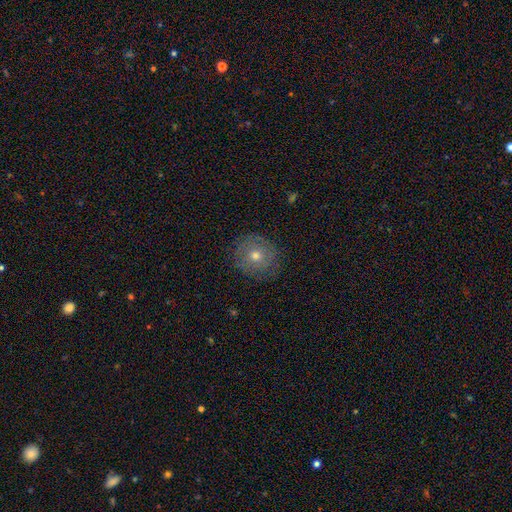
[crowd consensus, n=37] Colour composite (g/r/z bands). It shows a featured or disk galaxy (59%) with no bar (86%), tight (94%) spiral arms (81%) and a moderate central bulge (76%). Merging: none (82%).